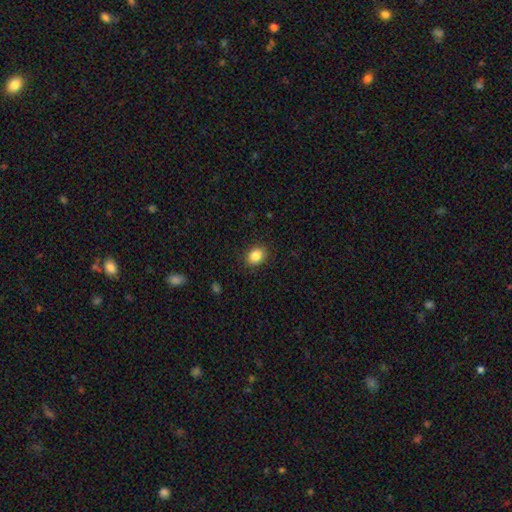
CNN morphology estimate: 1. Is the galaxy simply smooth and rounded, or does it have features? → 86% smooth, 9% star or artifact, 5% featured or disk.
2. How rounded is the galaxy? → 54% in between, 45% round, 1% cigar-shaped.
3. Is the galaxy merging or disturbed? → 88% none, 8% minor disturbance, 2% major disturbance, 1% merger.